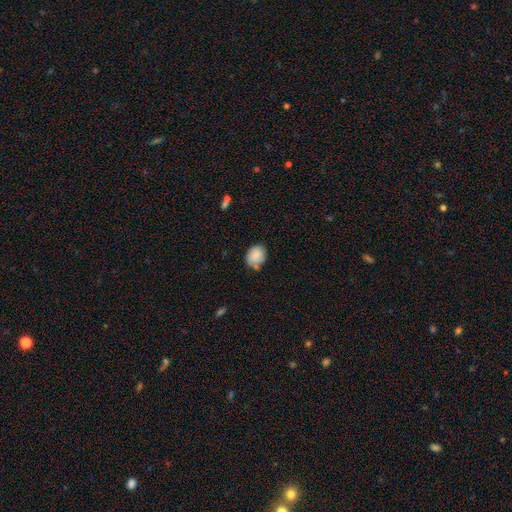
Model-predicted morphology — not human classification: A smooth galaxy with no disk features (84%) that is round (54%).

Vote fractions:
- Smooth or featured? smooth: 84% / featured or disk: 9% / star or artifact: 8%
- How rounded? round: 54% / in between: 45% / cigar-shaped: 1%
- Merging? none: 60% / minor disturbance: 27% / merger: 7% / major disturbance: 6%